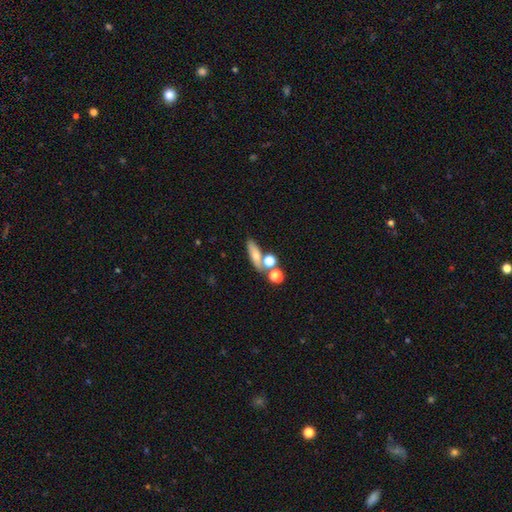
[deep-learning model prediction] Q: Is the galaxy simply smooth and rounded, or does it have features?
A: smooth — 61%.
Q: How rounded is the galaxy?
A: in between — 45%.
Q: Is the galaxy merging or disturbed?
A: none — 57%.